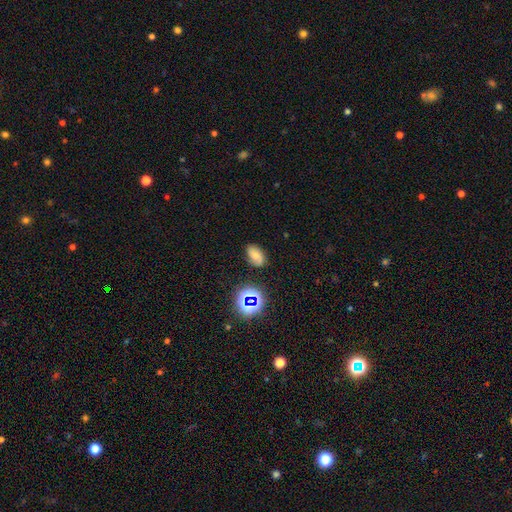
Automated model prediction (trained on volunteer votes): smooth-or-featured: smooth: 60% | featured or disk: 21% | star or artifact: 20%
  how-rounded: in between: 88% | round: 10% | cigar-shaped: 2%
  merging: none: 79% | minor disturbance: 15% | major disturbance: 4% | merger: 2%